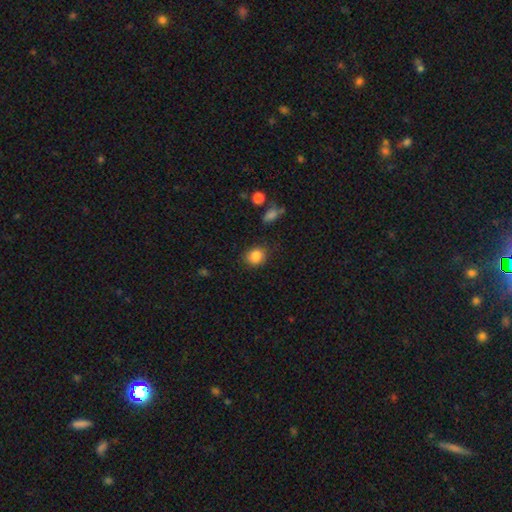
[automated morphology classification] smooth-or-featured: smooth: 85% | star or artifact: 10% | featured or disk: 5%
  how-rounded: round: 66% | in between: 33% | cigar-shaped: 1%
  merging: none: 78% | minor disturbance: 16% | major disturbance: 4% | merger: 3%